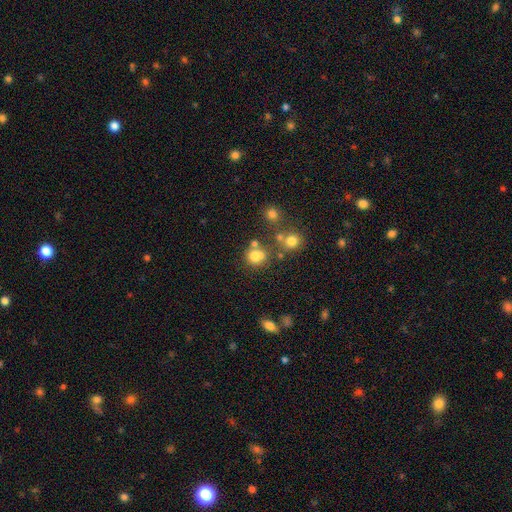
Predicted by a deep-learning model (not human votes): A smooth galaxy with no disk features (75%) that is round (76%).

Vote fractions:
- Smooth or featured? smooth: 75% / star or artifact: 15% / featured or disk: 10%
- How rounded? round: 76% / in between: 23% / cigar-shaped: 1%
- Merging? none: 56% / merger: 23% / minor disturbance: 14% / major disturbance: 6%